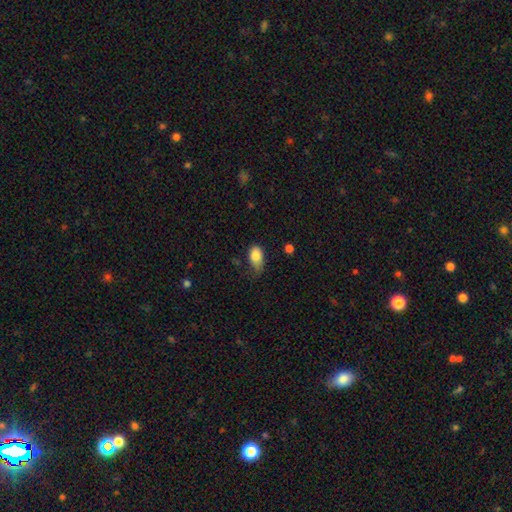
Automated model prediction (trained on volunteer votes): Smooth or featured: smooth — 84% (featured or disk — 8%)
How rounded: in between — 87% (round — 11%)
Merging: none — 42% (minor disturbance — 41%)